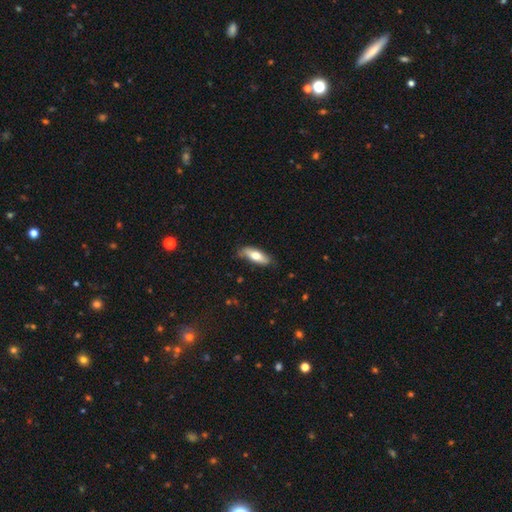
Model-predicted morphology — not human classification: This is likely a smooth galaxy (69%). How rounded: likely in between (64%). Merging: likely none (76%).